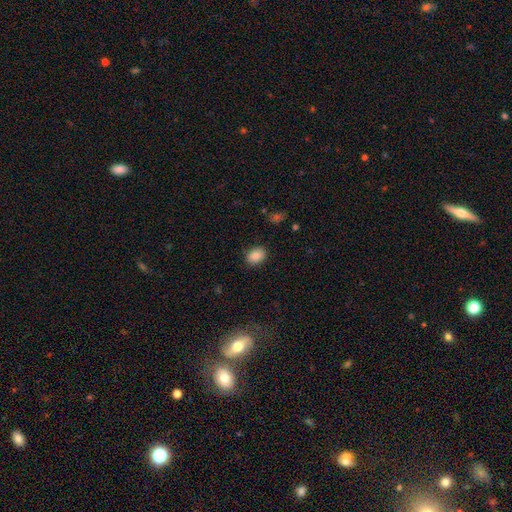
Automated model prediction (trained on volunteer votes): Overall: smooth (85%). How rounded: in between (71%). Merging: none (87%).